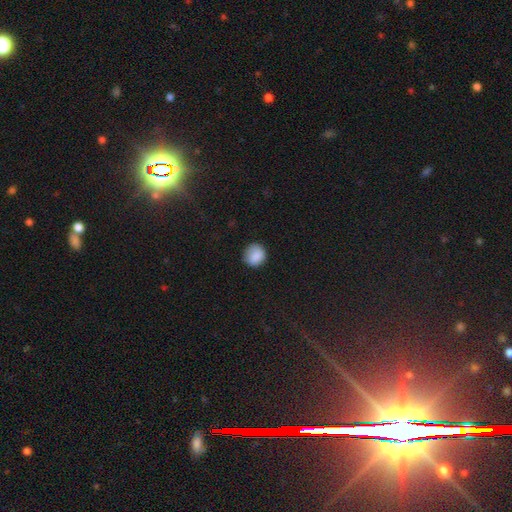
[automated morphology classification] Smooth or featured: smooth — 87% (star or artifact — 8%)
How rounded: round — 81% (in between — 18%)
Merging: none — 78% (minor disturbance — 17%)